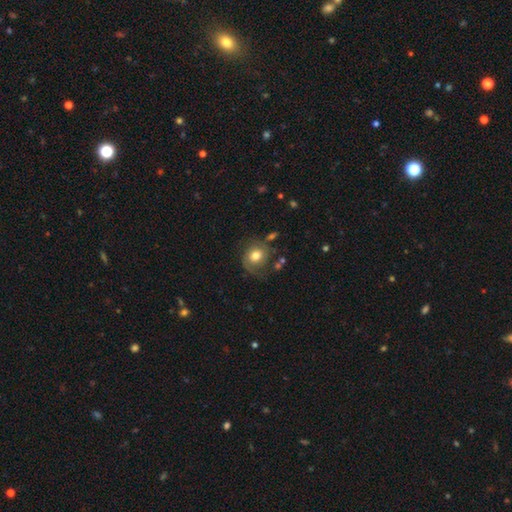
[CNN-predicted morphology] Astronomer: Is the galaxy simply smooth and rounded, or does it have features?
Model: smooth — 52% (runner-up: featured or disk, 39%).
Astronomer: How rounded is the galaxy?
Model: round — 76%.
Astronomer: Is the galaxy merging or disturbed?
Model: none — 60%.